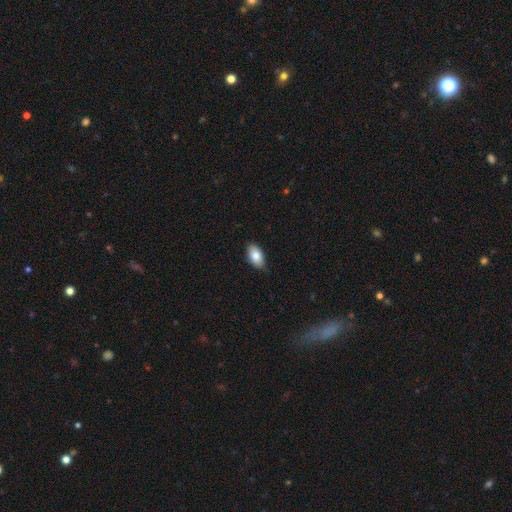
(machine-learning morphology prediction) Overall: smooth (83%). How rounded: in between (93%). Merging: none (82%).